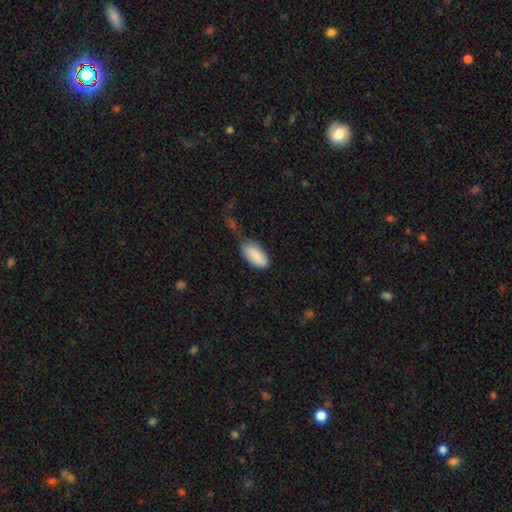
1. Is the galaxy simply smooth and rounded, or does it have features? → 92% smooth, 5% featured or disk, 3% star or artifact.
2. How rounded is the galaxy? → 94% in between, 6% cigar-shaped, 0% round.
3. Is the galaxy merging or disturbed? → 63% none, 18% major disturbance, 13% minor disturbance, 5% merger.